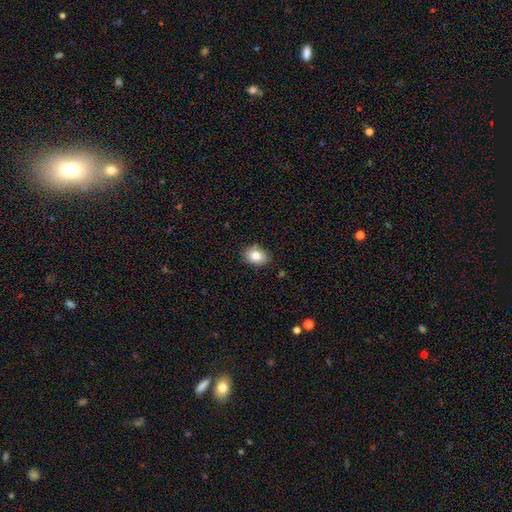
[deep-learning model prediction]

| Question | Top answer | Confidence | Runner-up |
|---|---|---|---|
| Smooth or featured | smooth | 84% | star or artifact (9%) |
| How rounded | in between | 73% | round (26%) |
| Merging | none | 84% | minor disturbance (12%) |